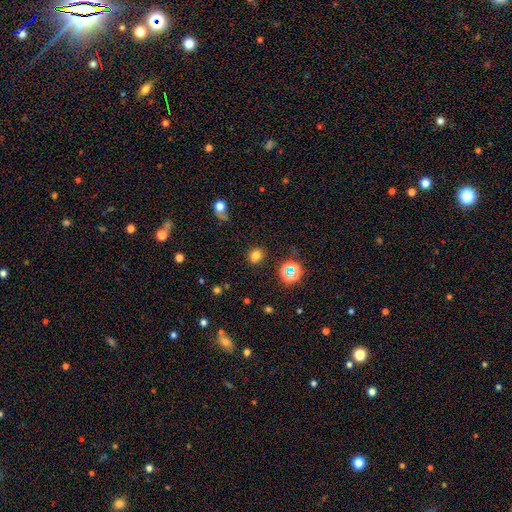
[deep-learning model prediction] The model was most divided on "how rounded": round: 58%, in between: 41%, cigar-shaped: 1%. More confident: merging — none (74%); smooth or featured — smooth (70%).